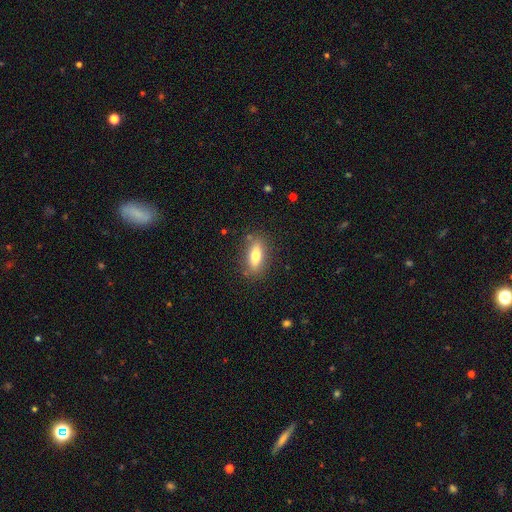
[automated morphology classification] A smooth galaxy with no disk features (71%) that is in between round and cigar-shaped (69%). Merging: none (83%).